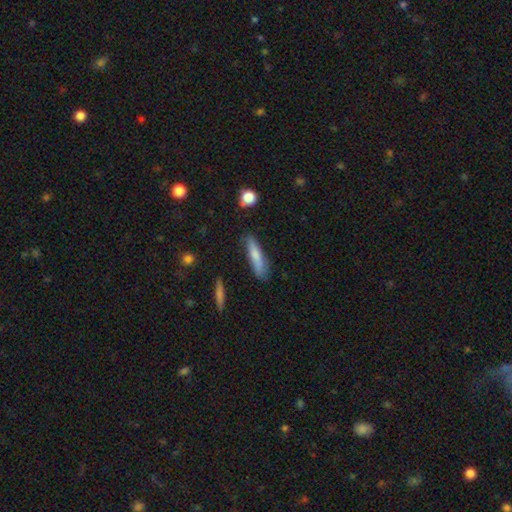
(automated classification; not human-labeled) A smooth galaxy with no disk features (75%) that is cigar-shaped (81%). Merging: none (80%).